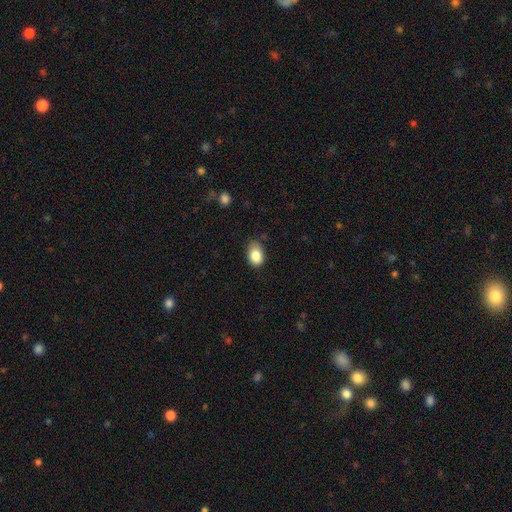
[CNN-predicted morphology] smooth 86%, star or artifact 8%, featured or disk 6%. Down the decision tree: how rounded — in between (81%); merging — none (69%).